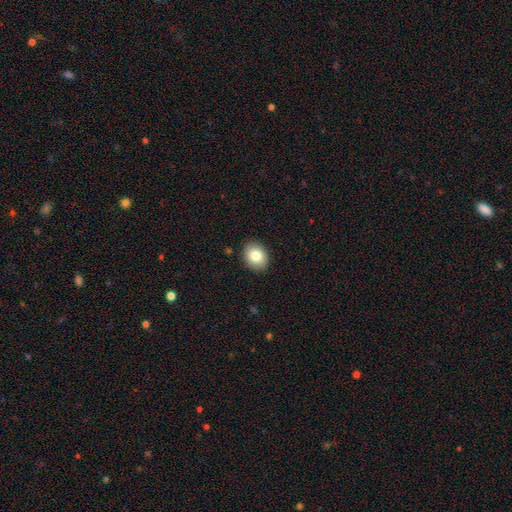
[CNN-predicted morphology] smooth_or_featured: smooth (p=0.82) [alt: featured or disk p=0.09]
how_rounded: in between (p=0.54) [alt: round p=0.45]
merging: none (p=0.90) [alt: minor disturbance p=0.08]